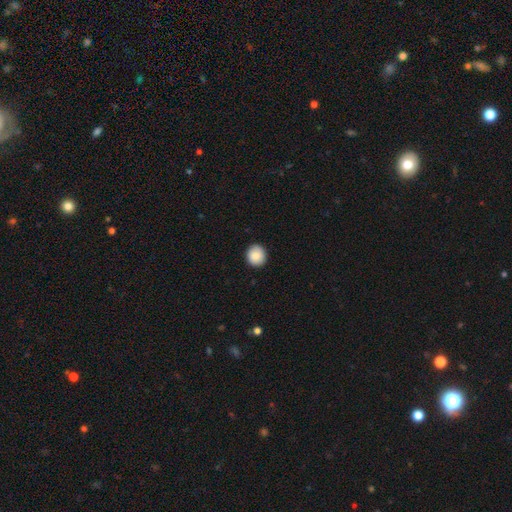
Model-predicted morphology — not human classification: Q: Smooth or featured?
A: smooth (87%); runner-up: star or artifact (8%)
Q: How rounded?
A: round (86%); runner-up: in between (13%)
Q: Merging?
A: none (90%); runner-up: minor disturbance (7%)